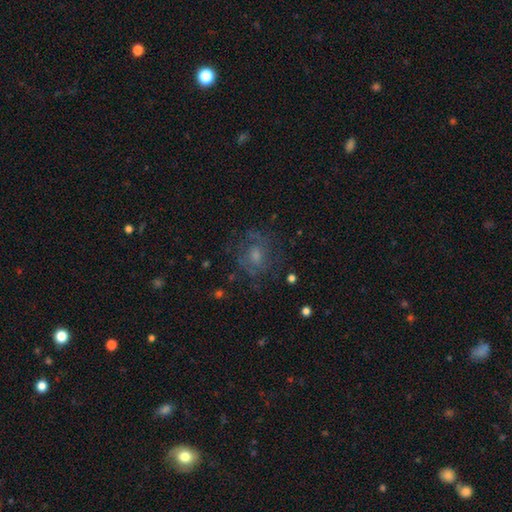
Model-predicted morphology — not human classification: Smooth or featured? Predicted: featured or disk (p=0.52). Edge-on disk? Predicted: no (p=0.97). Merging? Predicted: none (p=0.67).